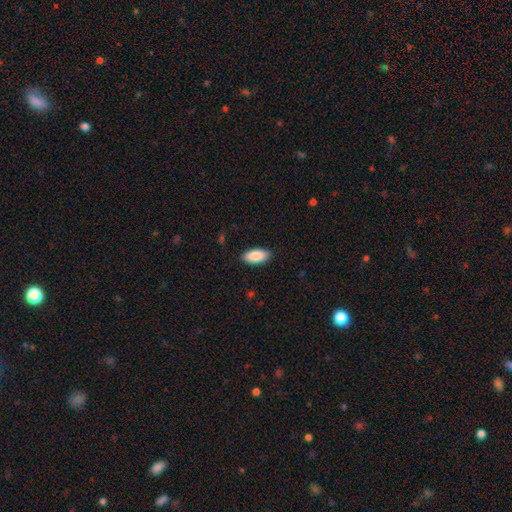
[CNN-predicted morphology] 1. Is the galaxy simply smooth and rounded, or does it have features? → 88% smooth, 6% featured or disk, 6% star or artifact.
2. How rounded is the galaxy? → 90% in between, 8% cigar-shaped, 2% round.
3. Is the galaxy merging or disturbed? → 88% none, 9% minor disturbance, 2% major disturbance, 1% merger.